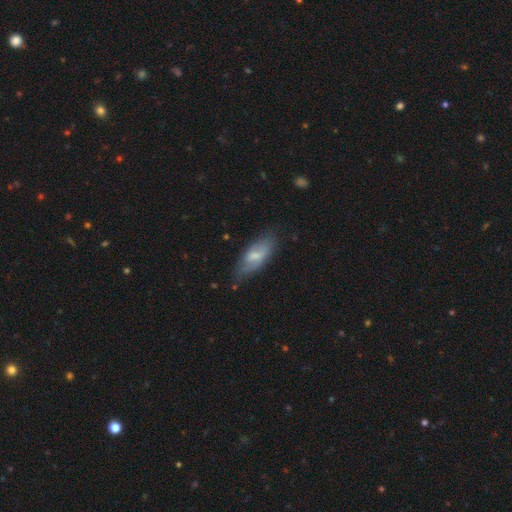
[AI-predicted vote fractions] smooth 53%, featured or disk 40%, star or artifact 7%. Down the decision tree: how rounded — in between (75%); merging — none (66%).